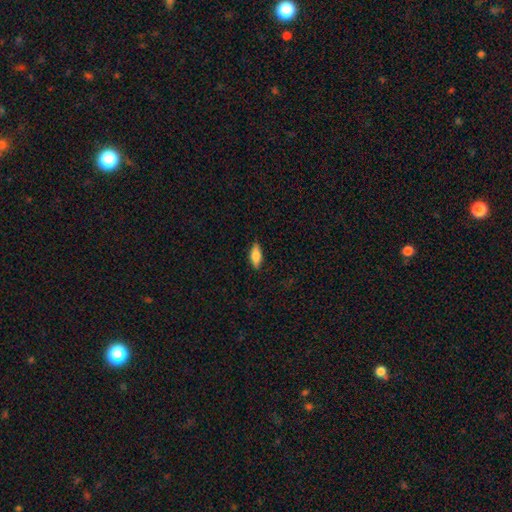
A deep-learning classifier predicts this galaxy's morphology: smooth_or_featured: smooth (p=0.77) [alt: featured or disk p=0.16]
how_rounded: in between (p=0.77) [alt: cigar-shaped p=0.20]
merging: none (p=0.83) [alt: minor disturbance p=0.13]